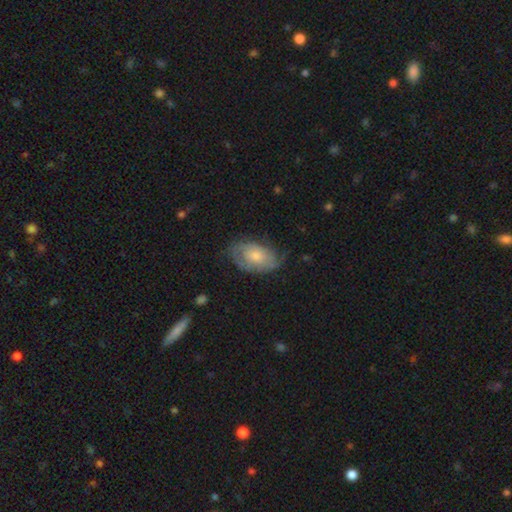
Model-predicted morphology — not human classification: smooth_or_featured: featured or disk (p=0.49) [alt: smooth p=0.44]
merging: none (p=0.66) [alt: minor disturbance p=0.25]